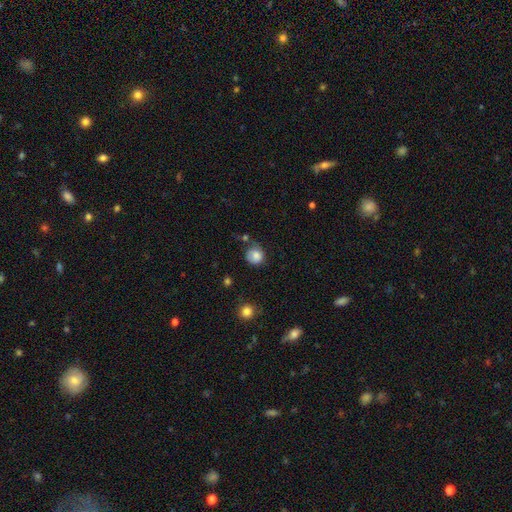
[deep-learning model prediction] Overall: smooth (81%). How rounded: round (86%). Merging: none (62%; minor disturbance 24%).